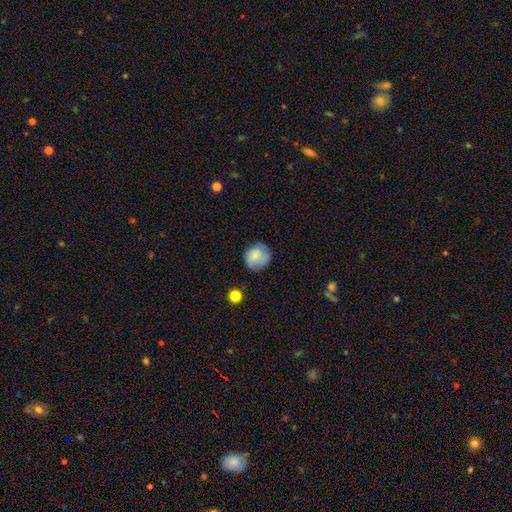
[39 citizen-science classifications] Overall: smooth (72%). How rounded: round (100%). Merging: none (69%).